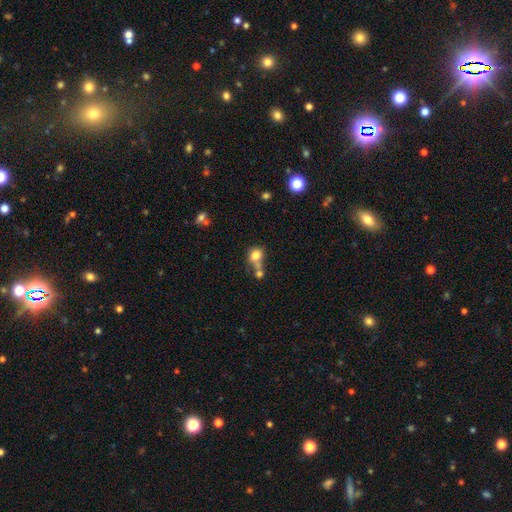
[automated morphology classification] The model was most divided on "merging": merger: 45%, none: 37%, minor disturbance: 11%, major disturbance: 7%. More confident: smooth or featured — smooth (77%); how rounded — round (76%).